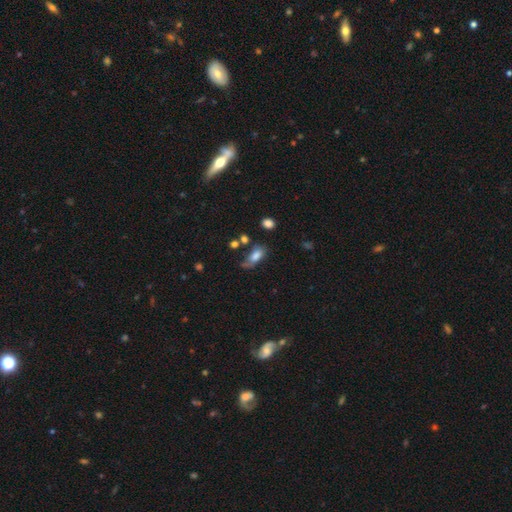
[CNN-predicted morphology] Smooth or featured? smooth (72%)
How rounded? in between (87%)
Merging? none (38%)